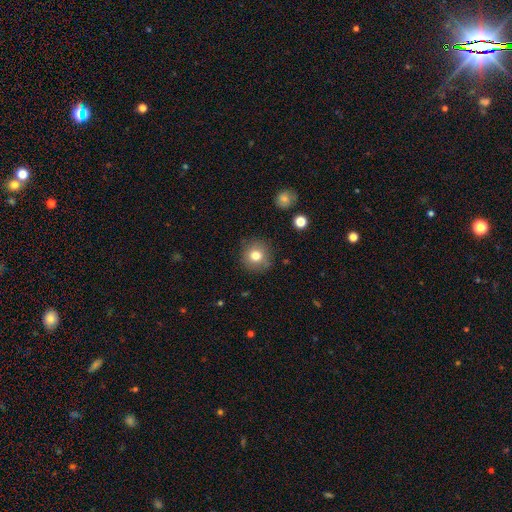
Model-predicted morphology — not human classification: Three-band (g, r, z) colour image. It shows a smooth galaxy with no disk features (78%) that is round (92%). Merging: none (86%).